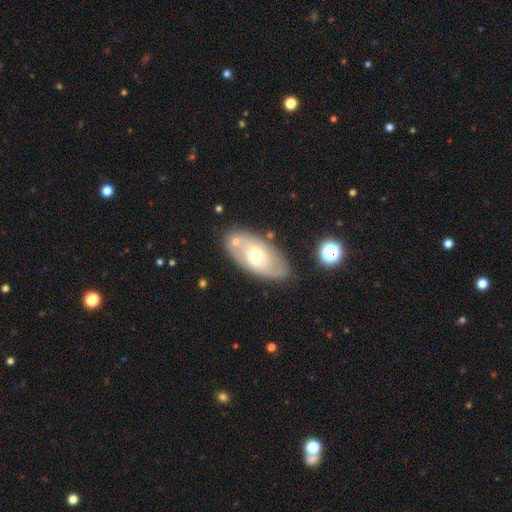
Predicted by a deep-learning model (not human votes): featured or disk 55%, smooth 38%, star or artifact 7%. Down the decision tree: edge-on disk — no (89%); merging — none (73%).